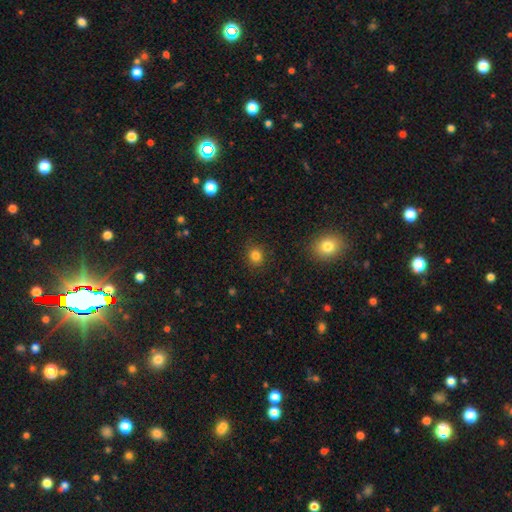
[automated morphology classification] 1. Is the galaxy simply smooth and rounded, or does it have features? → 82% smooth, 13% star or artifact, 5% featured or disk.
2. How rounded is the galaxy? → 80% round, 19% in between, 1% cigar-shaped.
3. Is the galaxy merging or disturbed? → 87% none, 9% minor disturbance, 3% major disturbance, 1% merger.